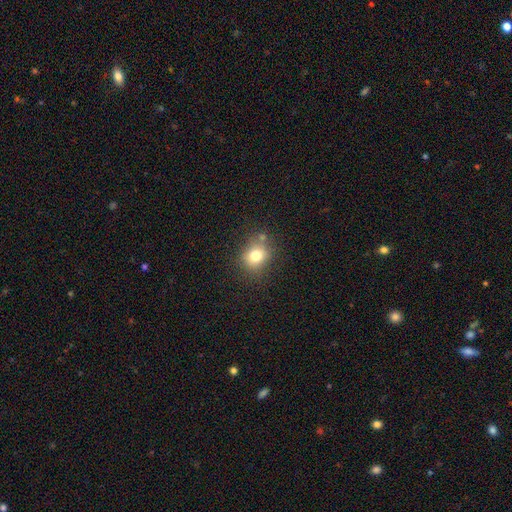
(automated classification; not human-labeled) This is likely a smooth galaxy (77%). How rounded: likely round (69%). Merging: likely none (70%).